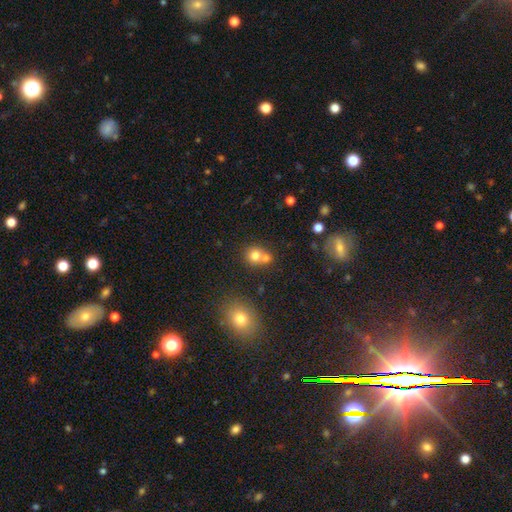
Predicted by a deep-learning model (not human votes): This appears to be a smooth galaxy with no disk features (76%) that is round (79%). Merging: merger (50%).